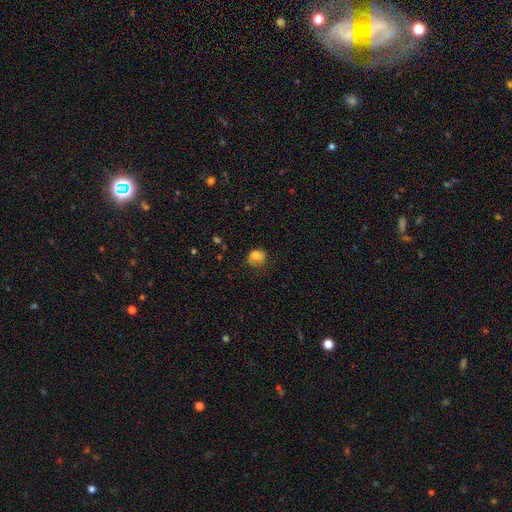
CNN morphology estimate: smooth-or-featured: smooth: 76% | featured or disk: 14% | star or artifact: 10%
  how-rounded: round: 71% | in between: 29% | cigar-shaped: 1%
  merging: none: 58% | minor disturbance: 28% | major disturbance: 12% | merger: 3%